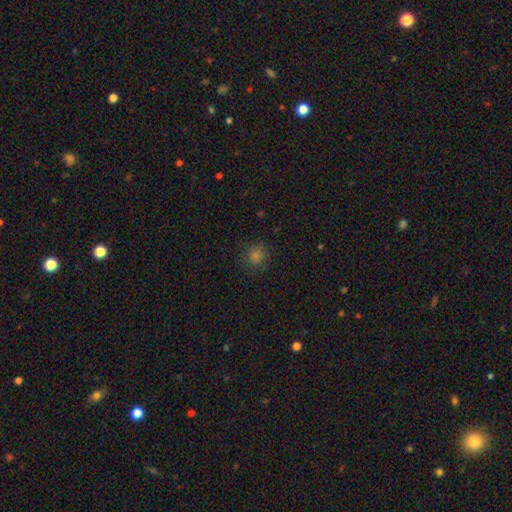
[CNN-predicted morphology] The model was most divided on "smooth or featured": smooth: 73%, star or artifact: 22%, featured or disk: 5%. More confident: how rounded — round (89%); merging — none (88%).